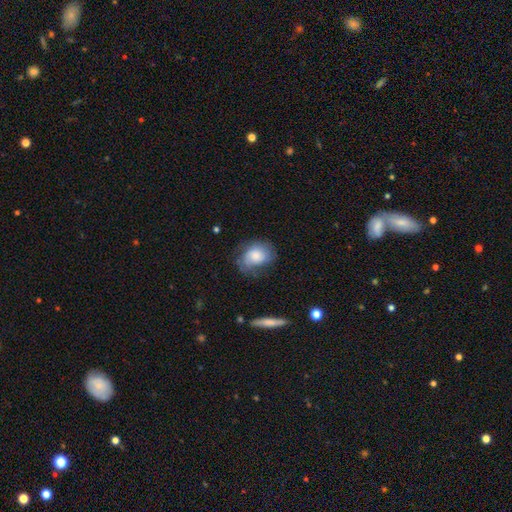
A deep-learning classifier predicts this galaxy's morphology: Smooth or featured?
  - smooth: 60% *
  - featured or disk: 33%
  - star or artifact: 7%
How rounded?
  - in between: 55% *
  - round: 44%
  - cigar-shaped: 1%
Merging?
  - none: 56% *
  - minor disturbance: 28%
  - major disturbance: 15%
  - merger: 2%